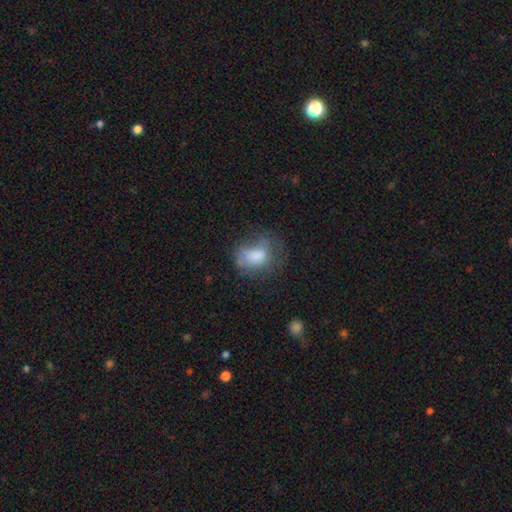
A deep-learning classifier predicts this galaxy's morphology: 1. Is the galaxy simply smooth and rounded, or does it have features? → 69% smooth, 20% featured or disk, 11% star or artifact.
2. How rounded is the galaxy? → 59% in between, 40% round, 1% cigar-shaped.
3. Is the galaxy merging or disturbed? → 45% none, 28% minor disturbance, 23% major disturbance, 4% merger.